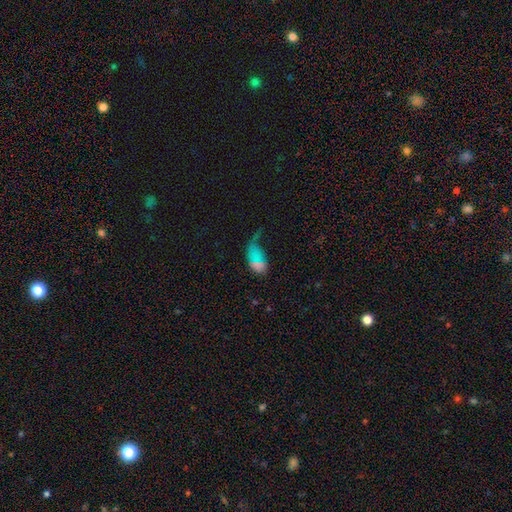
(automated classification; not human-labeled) smooth 59%, featured or disk 25%, star or artifact 17%. Down the decision tree: how rounded — in between (88%); merging — major disturbance (50%).